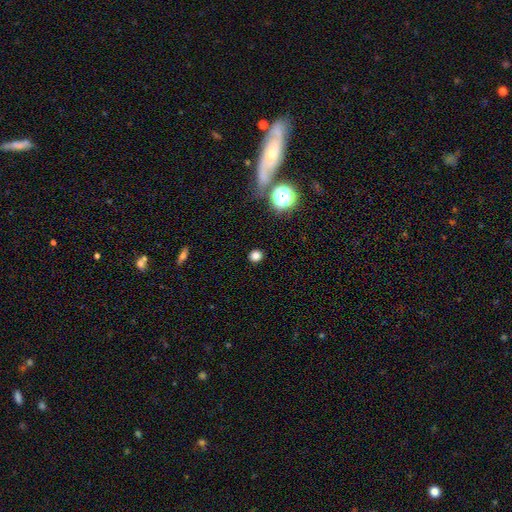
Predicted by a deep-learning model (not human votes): This appears to be a smooth galaxy with no disk features (78%) that is round (86%). Merging: none (91%).